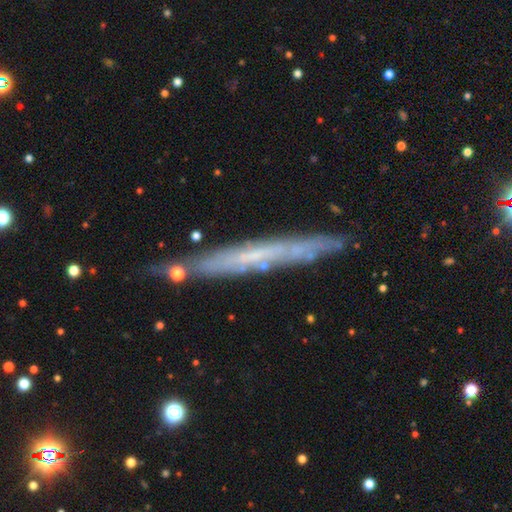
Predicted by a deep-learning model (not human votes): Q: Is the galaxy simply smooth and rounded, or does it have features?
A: featured or disk — 59%.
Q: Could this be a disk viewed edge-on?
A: yes — 87%.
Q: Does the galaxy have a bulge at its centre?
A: none — 87%.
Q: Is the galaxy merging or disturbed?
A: none — 83%.